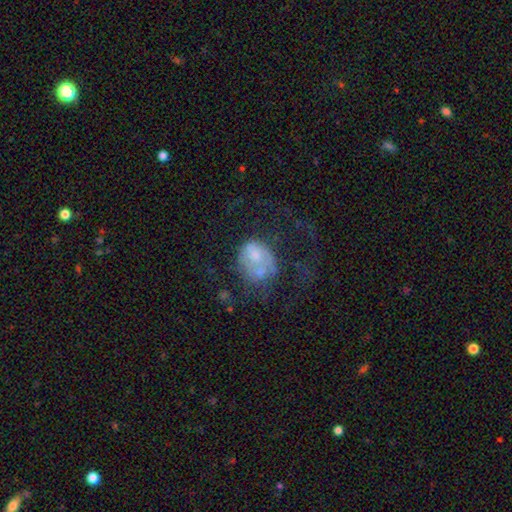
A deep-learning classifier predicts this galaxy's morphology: smooth_or_featured: smooth (p=0.46) [alt: featured or disk p=0.42]
merging: major disturbance (p=0.31) [alt: none p=0.26]